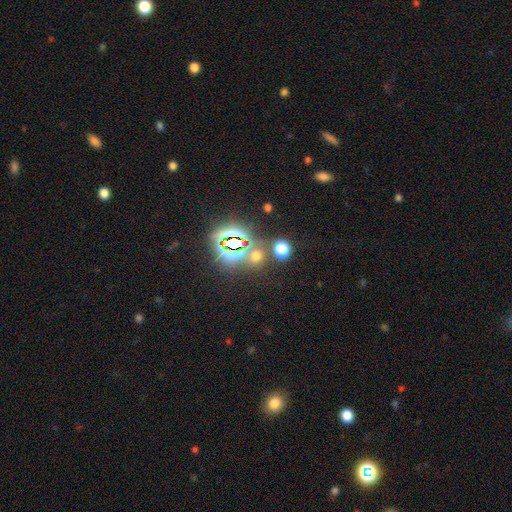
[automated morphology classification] Smooth or featured? Predicted: star or artifact (p=0.48).